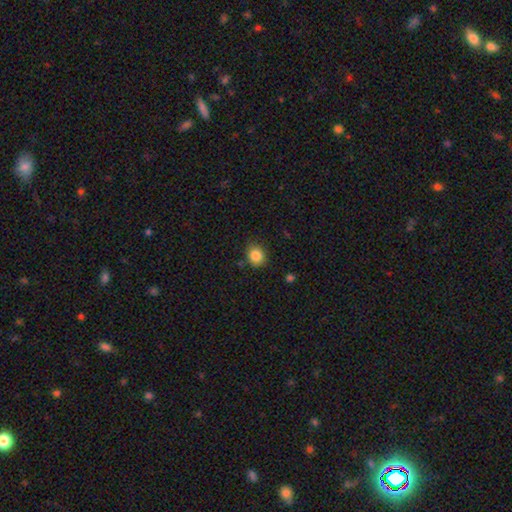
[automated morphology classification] A smooth galaxy with no disk features (84%) that is round (72%).

Vote fractions:
- Smooth or featured? smooth: 84% / star or artifact: 10% / featured or disk: 5%
- How rounded? round: 72% / in between: 28% / cigar-shaped: 1%
- Merging? none: 83% / minor disturbance: 12% / major disturbance: 3% / merger: 2%